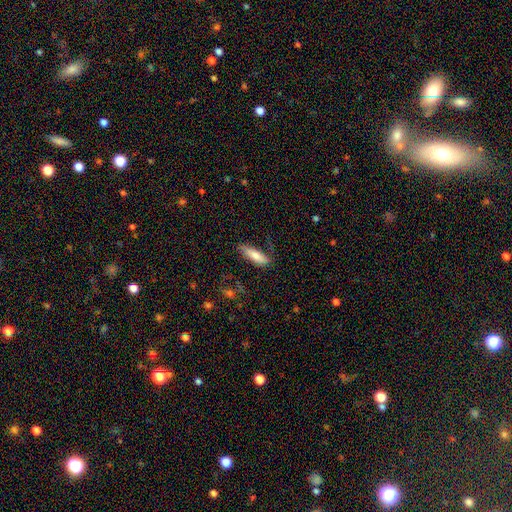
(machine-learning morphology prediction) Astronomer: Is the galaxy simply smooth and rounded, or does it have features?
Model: smooth — 73%.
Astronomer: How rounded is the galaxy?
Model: cigar-shaped — 63%.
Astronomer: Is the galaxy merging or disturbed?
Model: none — 66%.